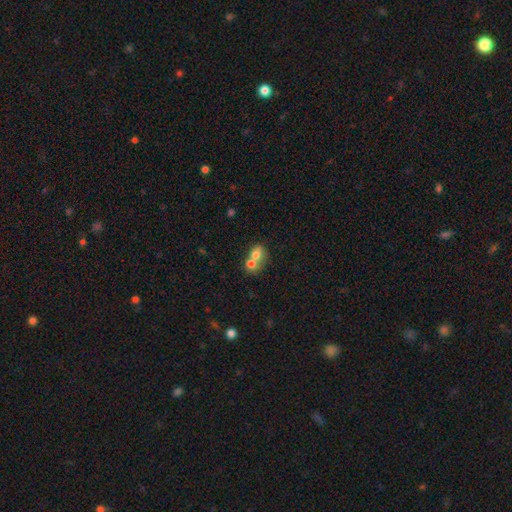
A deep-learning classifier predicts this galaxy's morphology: type=smooth (72%); roundness=round (57%); merging=merger (65%).